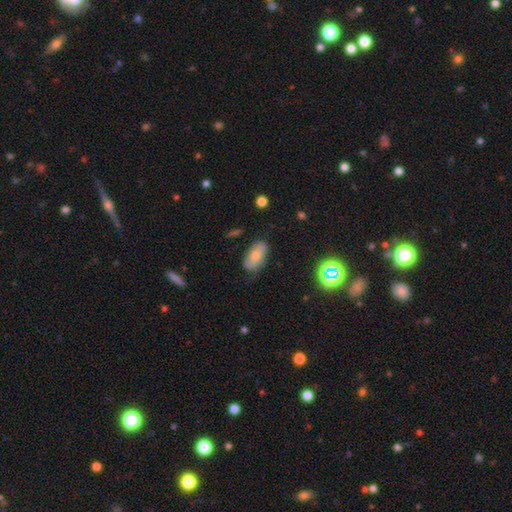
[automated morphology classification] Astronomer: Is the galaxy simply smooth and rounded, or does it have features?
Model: smooth — 69%.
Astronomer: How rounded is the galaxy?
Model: in between — 92%.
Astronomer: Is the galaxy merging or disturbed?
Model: none — 69%.